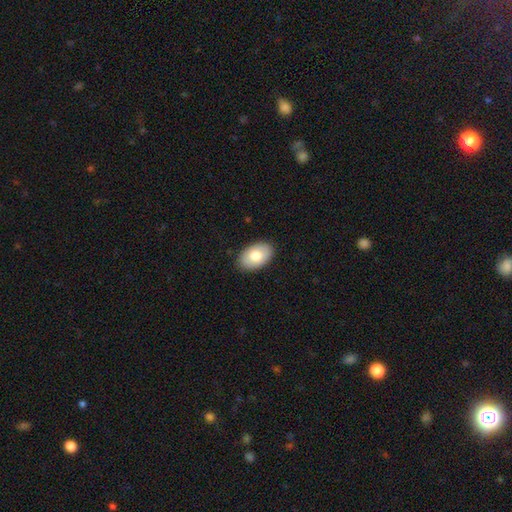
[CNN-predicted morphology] Smooth or featured: smooth — 77% (featured or disk — 17%)
How rounded: in between — 92% (round — 7%)
Merging: none — 89% (minor disturbance — 8%)